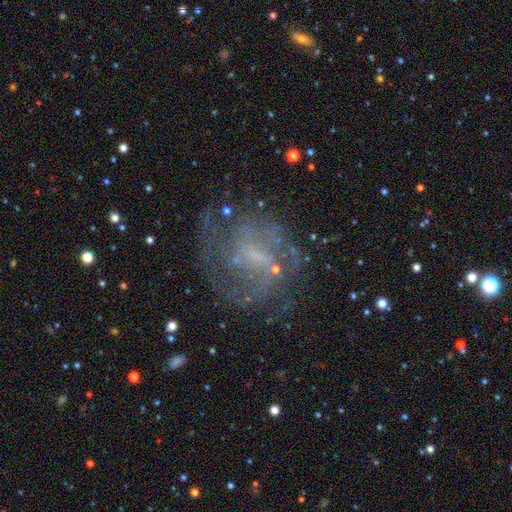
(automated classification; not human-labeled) Morphology: type=featured or disk (73%); edge-on=no (97%); bar=weak (47%); spiral arms=yes (79%); winding=medium (42%); arm count=can't tell (39%); bulge=none (42%); merging=none (64%).